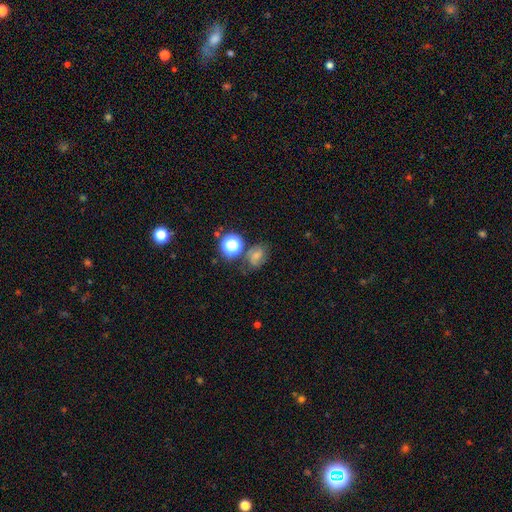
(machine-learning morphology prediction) Q: Smooth or featured?
A: smooth (55%); runner-up: featured or disk (23%)
Q: How rounded?
A: in between (51%); runner-up: round (48%)
Q: Merging?
A: none (60%); runner-up: minor disturbance (22%)